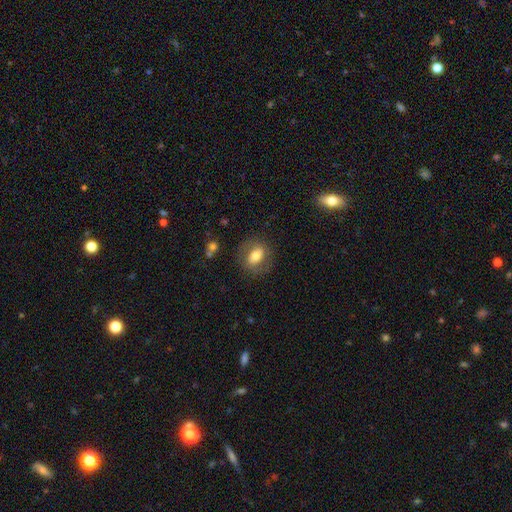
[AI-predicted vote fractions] The model was most divided on "how rounded": in between: 67%, round: 31%, cigar-shaped: 2%. More confident: merging — none (78%); smooth or featured — smooth (66%).